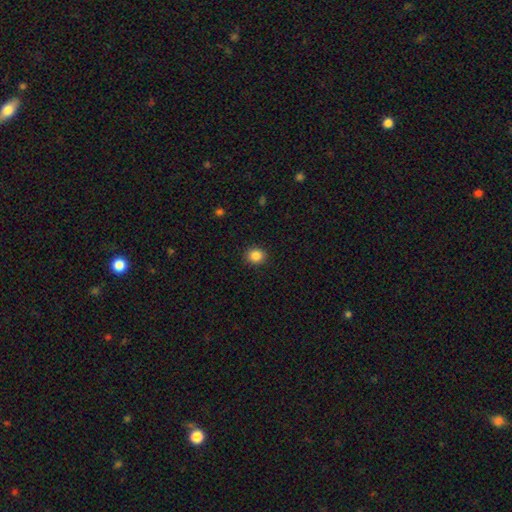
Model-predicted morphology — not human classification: The model was most divided on "how rounded": round: 76%, in between: 23%, cigar-shaped: 1%. More confident: merging — none (91%); smooth or featured — smooth (86%).